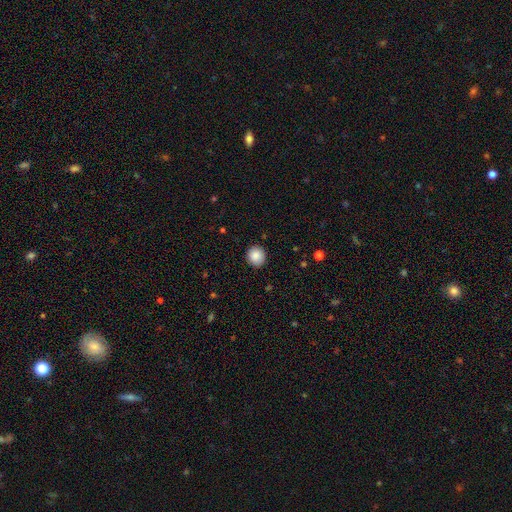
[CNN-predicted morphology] Overall: smooth (88%). How rounded: round (89%). Merging: none (90%).